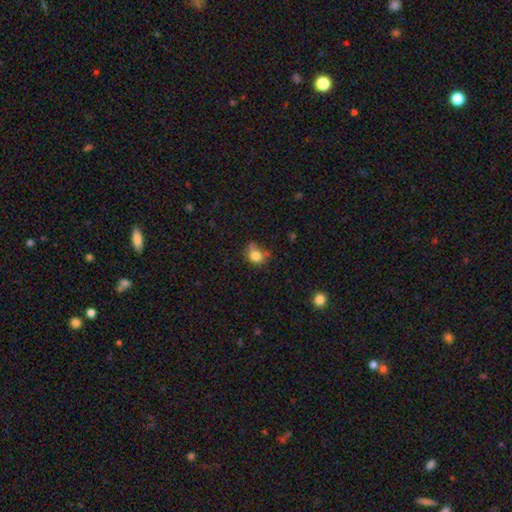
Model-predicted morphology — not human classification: Smooth or featured: smooth — 77% (featured or disk — 12%)
How rounded: round — 53% (in between — 46%)
Merging: none — 39% (minor disturbance — 35%)